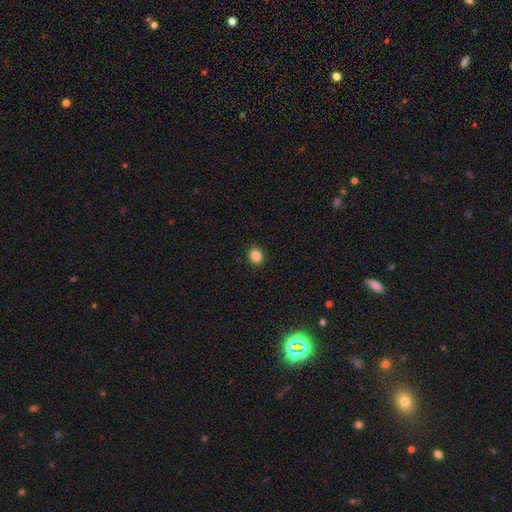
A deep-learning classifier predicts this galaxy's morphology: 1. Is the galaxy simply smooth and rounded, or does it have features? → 87% smooth, 10% star or artifact, 3% featured or disk.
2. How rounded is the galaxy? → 60% round, 39% in between, 1% cigar-shaped.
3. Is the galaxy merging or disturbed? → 91% none, 6% minor disturbance, 2% major disturbance, 1% merger.